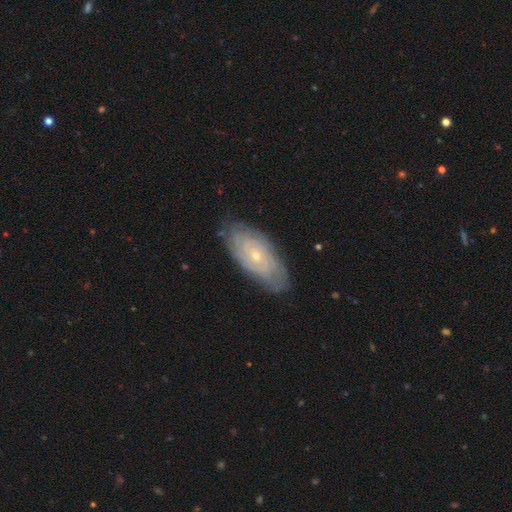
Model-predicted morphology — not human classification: smooth_or_featured: featured or disk (p=0.71) [alt: smooth p=0.22]
disk_edge_on: no (p=0.91) [alt: yes p=0.09]
bar: no (p=0.80) [alt: weak p=0.17]
has_spiral_arms: yes (p=0.84) [alt: no p=0.16]
spiral_winding: tight (p=0.77) [alt: medium p=0.18]
spiral_arm_count: can't tell (p=0.60) [alt: 2 p=0.15]
bulge_size: small (p=0.73) [alt: moderate p=0.24]
merging: none (p=0.78) [alt: minor disturbance p=0.17]